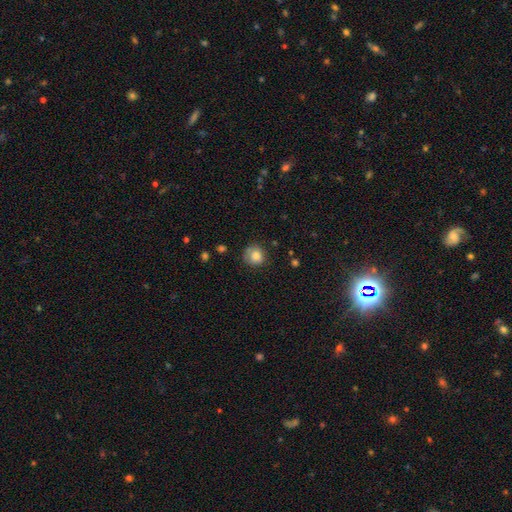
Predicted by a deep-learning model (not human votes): Overall: smooth (81%). How rounded: round (87%). Merging: none (73%).